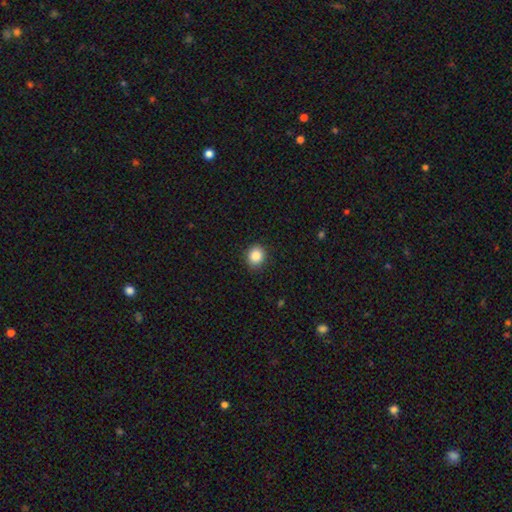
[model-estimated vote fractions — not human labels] This appears to be a smooth galaxy with no disk features (87%) that is round (77%). Merging: none (89%).